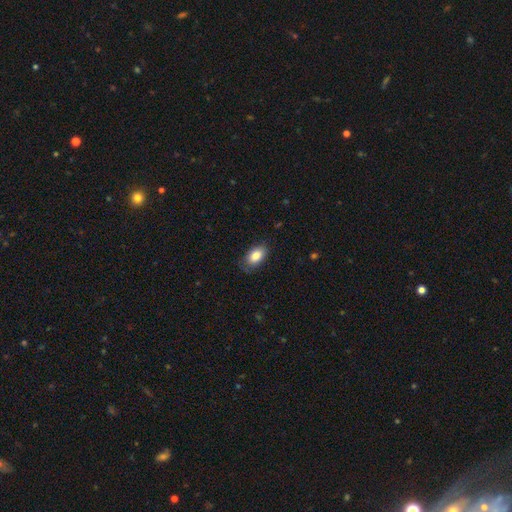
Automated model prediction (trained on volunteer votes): smooth_or_featured: smooth (p=0.84) [alt: featured or disk p=0.09]
how_rounded: in between (p=0.92) [alt: round p=0.06]
merging: none (p=0.73) [alt: minor disturbance p=0.21]